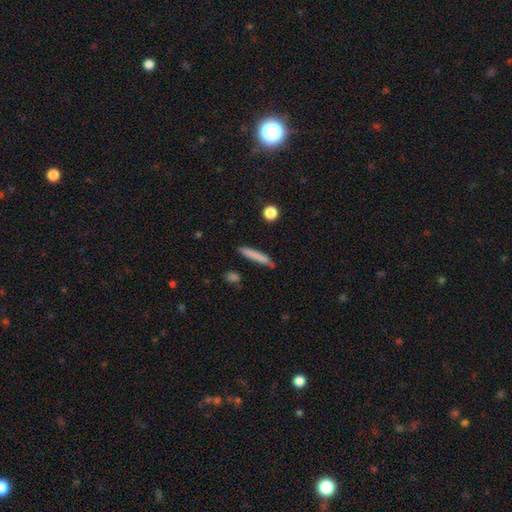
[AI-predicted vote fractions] Smooth or featured? Predicted: smooth (p=0.77). How rounded? Predicted: cigar-shaped (p=0.94). Merging? Predicted: none (p=0.83).